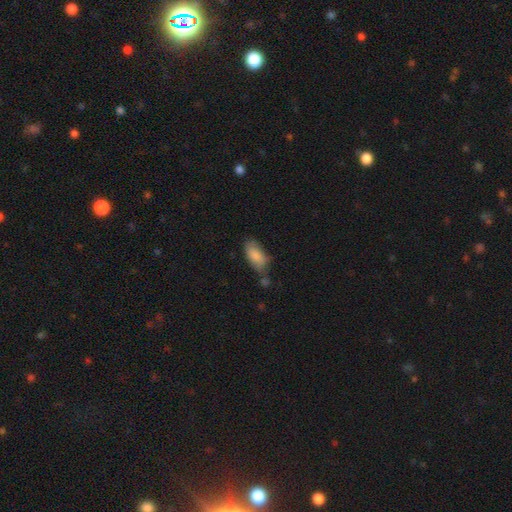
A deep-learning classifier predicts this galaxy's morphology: Smooth or featured: smooth — 85% (featured or disk — 8%)
How rounded: in between — 88% (cigar-shaped — 9%)
Merging: none — 56% (minor disturbance — 27%)